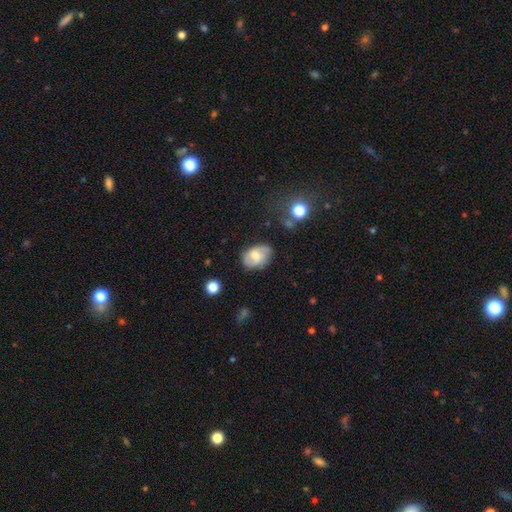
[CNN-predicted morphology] type=smooth (53%); roundness=in between (80%); merging=none (70%).